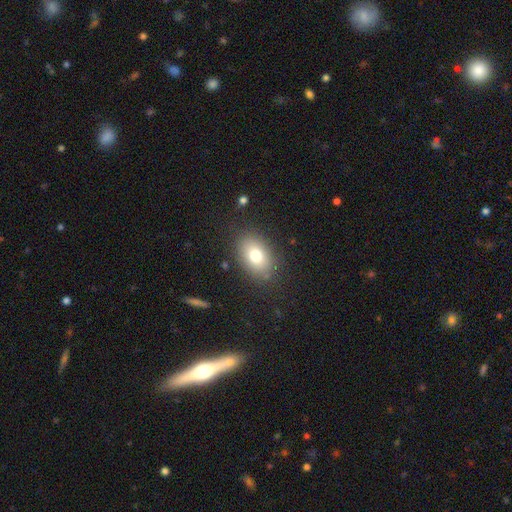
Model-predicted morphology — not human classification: A smooth galaxy with no disk features (78%) that is in between round and cigar-shaped (82%).

Vote fractions:
- Smooth or featured? smooth: 78% / featured or disk: 13% / star or artifact: 10%
- How rounded? in between: 82% / round: 17% / cigar-shaped: 1%
- Merging? none: 83% / minor disturbance: 11% / major disturbance: 4% / merger: 2%